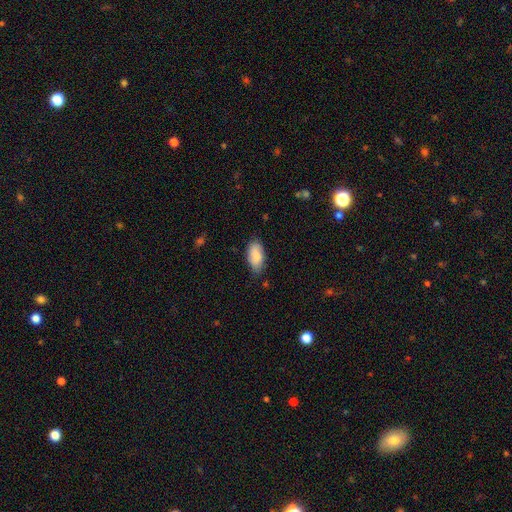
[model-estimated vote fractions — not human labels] This appears to be a smooth galaxy with no disk features (86%) that is in between round and cigar-shaped (92%). Merging: none (73%).